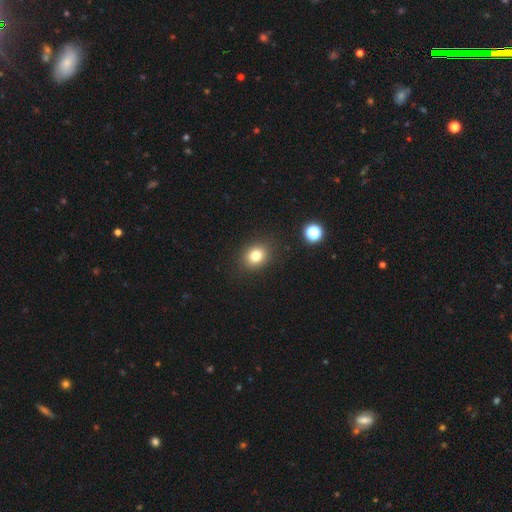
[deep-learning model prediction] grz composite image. It shows a smooth galaxy with no disk features (80%) that is round (60%). Merging: none (86%).